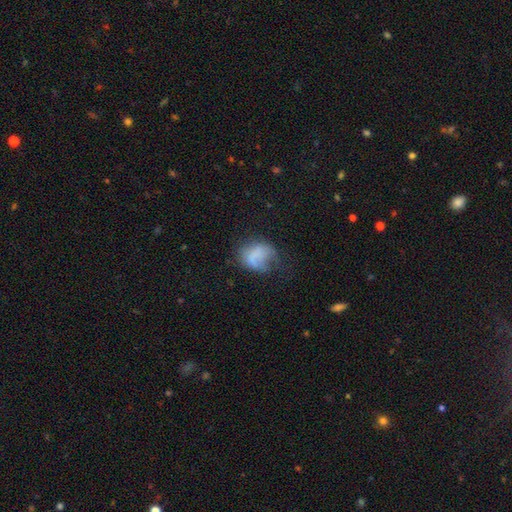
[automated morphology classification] smooth-or-featured: smooth: 60% | featured or disk: 29% | star or artifact: 11%
  how-rounded: in between: 59% | round: 40% | cigar-shaped: 2%
  merging: major disturbance: 39% | none: 30% | minor disturbance: 27% | merger: 4%